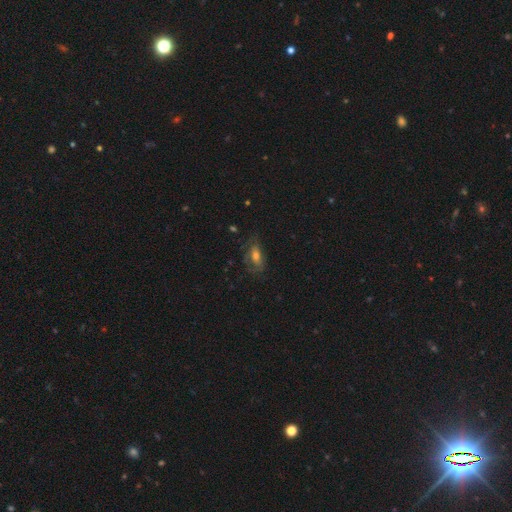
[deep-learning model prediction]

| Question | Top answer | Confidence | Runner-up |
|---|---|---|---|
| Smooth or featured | smooth | 46% | featured or disk (41%) |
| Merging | none | 54% | minor disturbance (25%) |